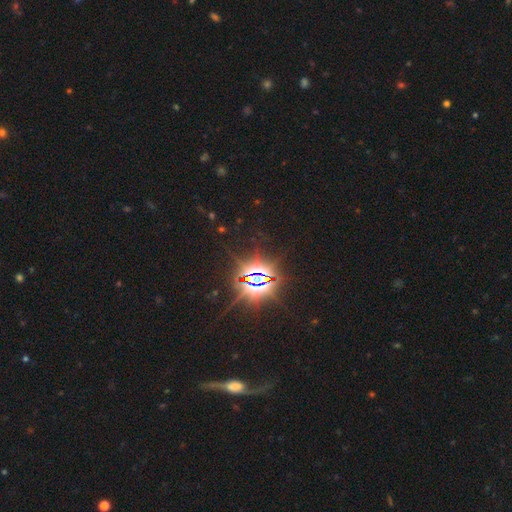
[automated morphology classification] This is likely a star or artifact rather than a galaxy (77%).